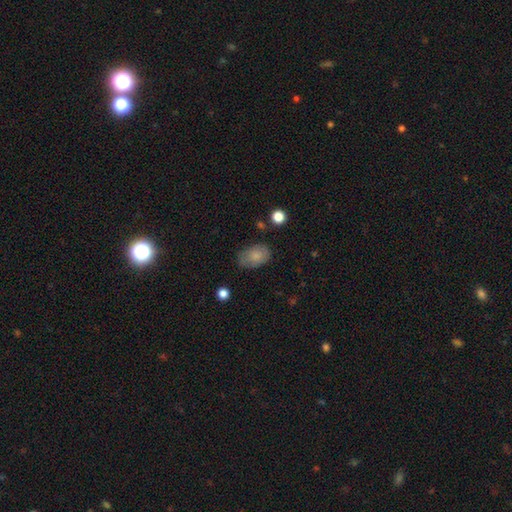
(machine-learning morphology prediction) Q: Smooth or featured?
A: smooth (82%); runner-up: featured or disk (10%)
Q: How rounded?
A: in between (87%); runner-up: round (12%)
Q: Merging?
A: none (70%); runner-up: minor disturbance (22%)